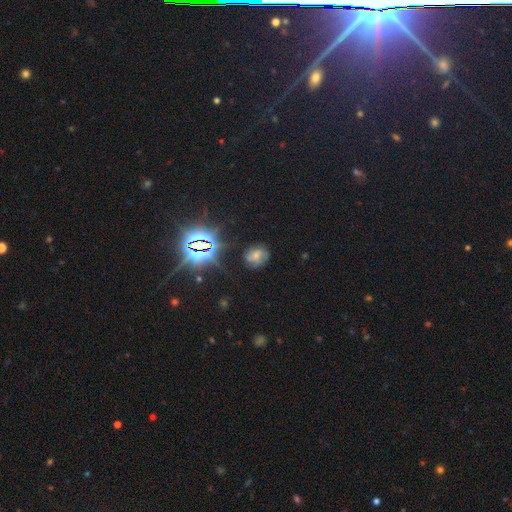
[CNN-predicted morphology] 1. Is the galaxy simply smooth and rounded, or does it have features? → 39% smooth, 36% featured or disk, 25% star or artifact.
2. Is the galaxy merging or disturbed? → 67% none, 21% minor disturbance, 9% major disturbance, 3% merger.